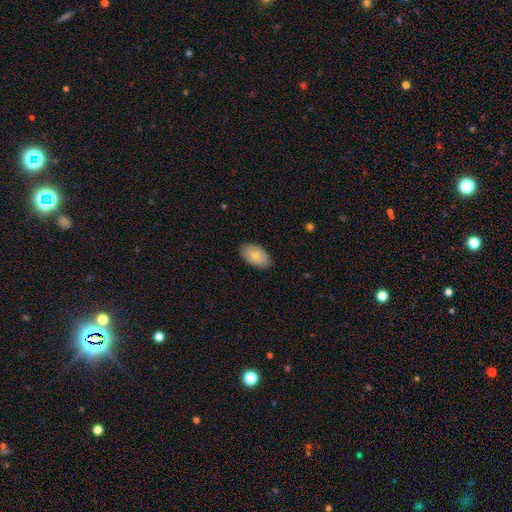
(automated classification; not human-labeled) Smooth or featured? smooth (78%)
How rounded? in between (93%)
Merging? none (86%)